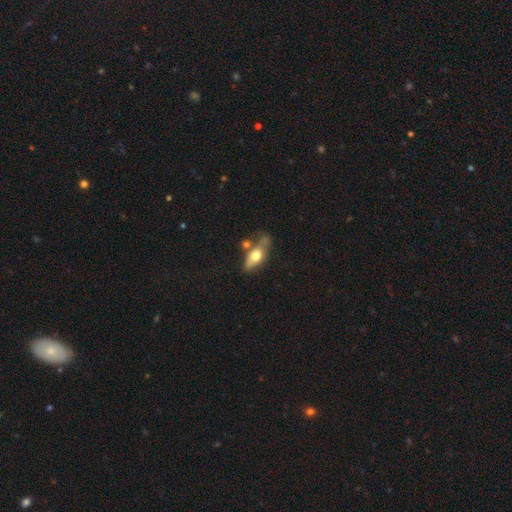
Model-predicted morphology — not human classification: A smooth galaxy with no disk features (51%) that is in between round and cigar-shaped (69%). Merging: none (51%).